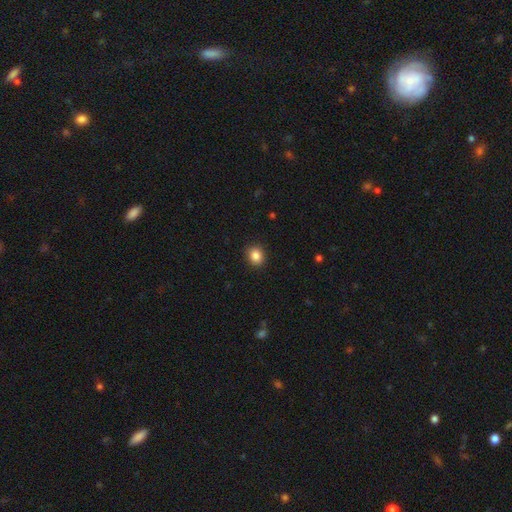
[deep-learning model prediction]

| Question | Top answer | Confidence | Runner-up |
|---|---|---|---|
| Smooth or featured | smooth | 86% | star or artifact (10%) |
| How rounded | round | 75% | in between (24%) |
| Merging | none | 91% | minor disturbance (6%) |